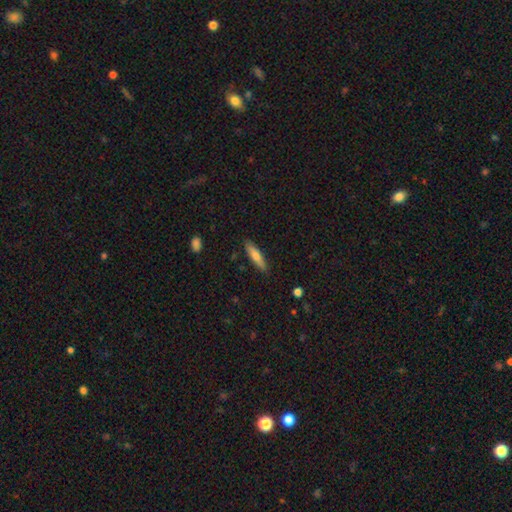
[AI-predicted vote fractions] smooth-or-featured: smooth: 63% | featured or disk: 31% | star or artifact: 6%
  how-rounded: cigar-shaped: 79% | in between: 19% | round: 2%
  merging: none: 88% | minor disturbance: 9% | major disturbance: 2% | merger: 1%